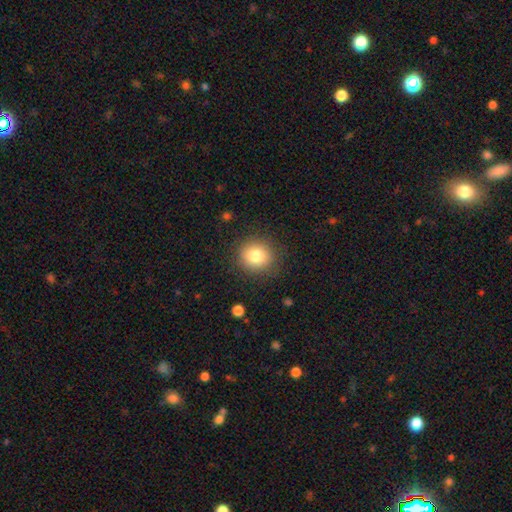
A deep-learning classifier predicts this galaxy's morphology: smooth_or_featured: smooth (p=0.80) [alt: star or artifact p=0.11]
how_rounded: round (p=0.87) [alt: in between p=0.12]
merging: none (p=0.87) [alt: minor disturbance p=0.09]